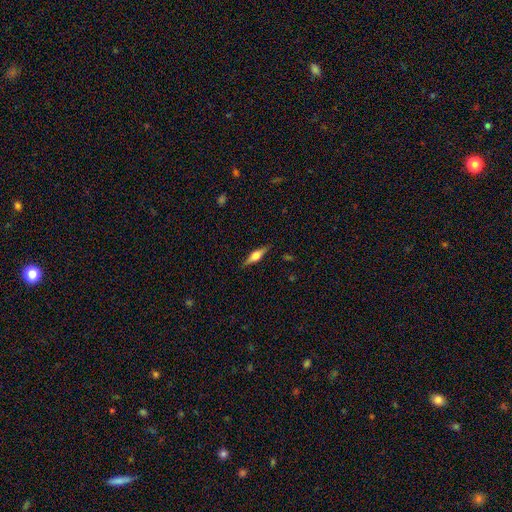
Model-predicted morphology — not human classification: featured or disk 58%, smooth 36%, star or artifact 7%. Down the decision tree: edge-on disk — yes (95%); edge-on bulge — rounded (87%); merging — none (86%).